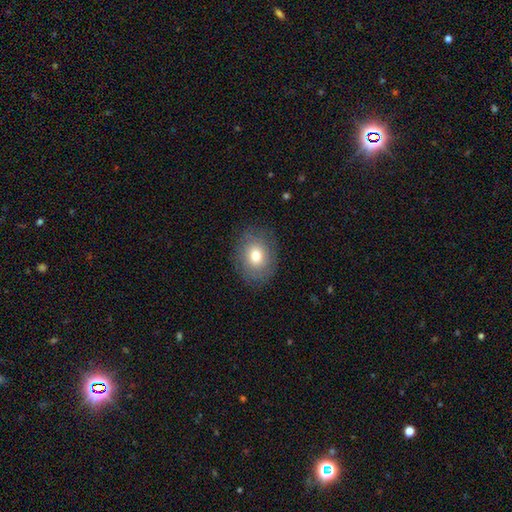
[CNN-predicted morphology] Q: Smooth or featured?
A: smooth (73%); runner-up: featured or disk (18%)
Q: How rounded?
A: in between (53%); runner-up: round (46%)
Q: Merging?
A: none (82%); runner-up: minor disturbance (12%)